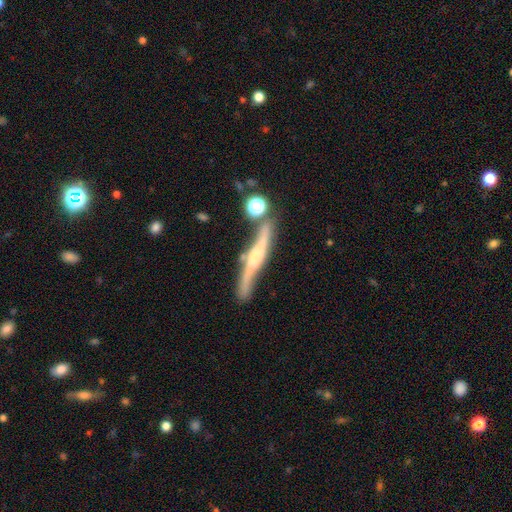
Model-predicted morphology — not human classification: Overall: featured or disk (73%). Edge-on disk: yes (80%). Edge-on bulge: rounded (66%). Merging: none (59%; minor disturbance 21%).